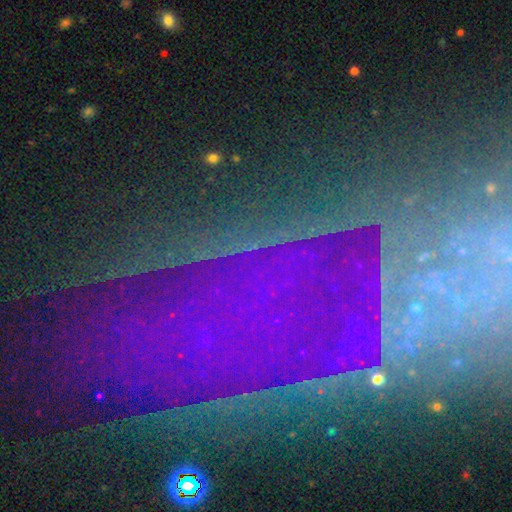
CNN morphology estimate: This is likely a star or artifact rather than a galaxy (67%).